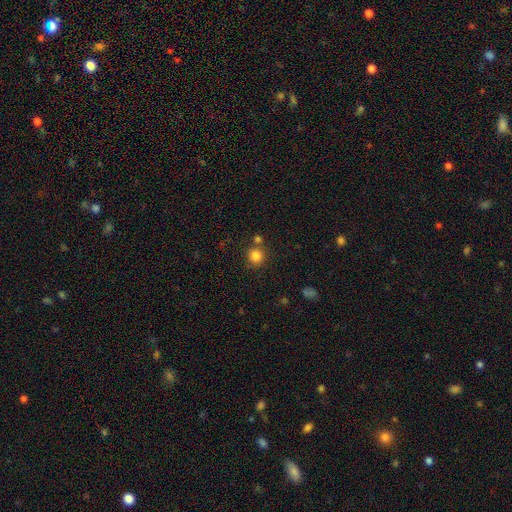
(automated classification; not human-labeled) Q: Smooth or featured?
A: smooth (84%); runner-up: star or artifact (11%)
Q: How rounded?
A: round (92%); runner-up: in between (7%)
Q: Merging?
A: none (76%); runner-up: merger (13%)